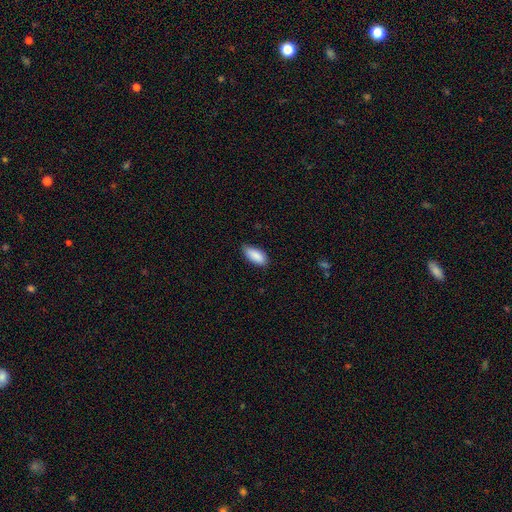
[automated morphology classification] Smooth or featured?
  - smooth: 89% *
  - star or artifact: 6%
  - featured or disk: 5%
How rounded?
  - in between: 87% *
  - cigar-shaped: 11%
  - round: 2%
Merging?
  - none: 75% *
  - minor disturbance: 22%
  - major disturbance: 3%
  - merger: 1%